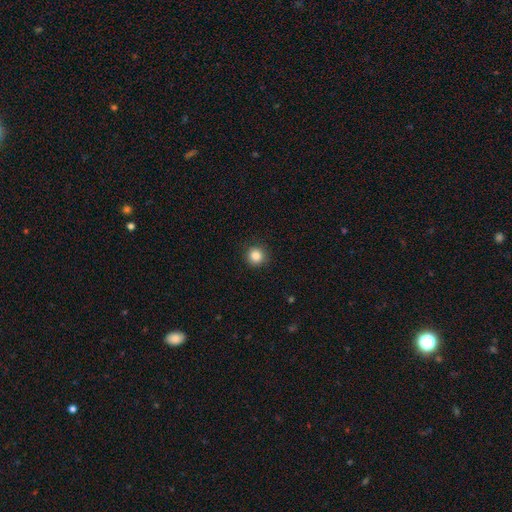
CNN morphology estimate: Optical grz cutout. It shows a smooth galaxy with no disk features (85%) that is round (95%). Merging: none (92%).